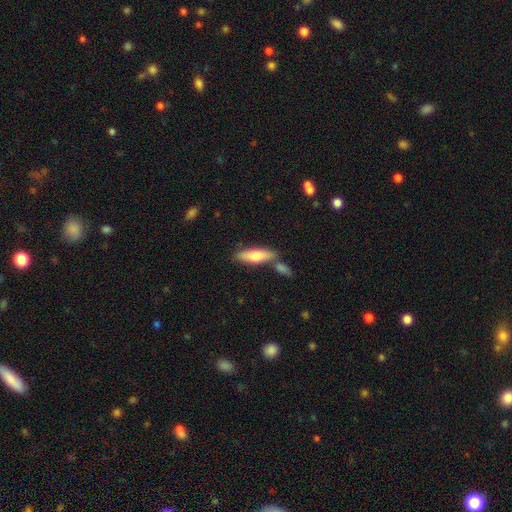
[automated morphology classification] A smooth galaxy with no disk features (70%) that is cigar-shaped (56%).

Vote fractions:
- Smooth or featured? smooth: 70% / featured or disk: 25% / star or artifact: 6%
- How rounded? cigar-shaped: 56% / in between: 42% / round: 2%
- Merging? none: 67% / merger: 18% / minor disturbance: 12% / major disturbance: 3%